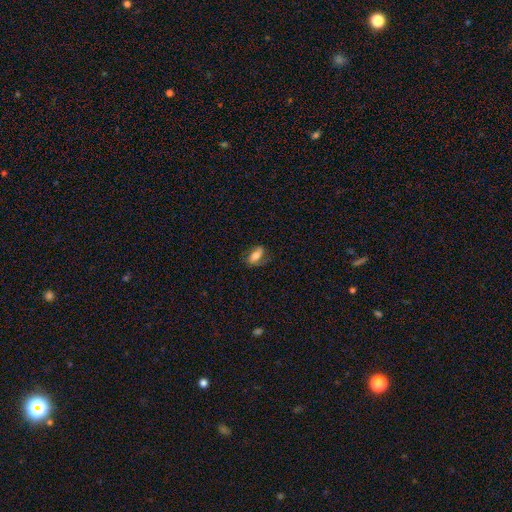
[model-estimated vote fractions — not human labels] A smooth galaxy with no disk features (58%) that is in between round and cigar-shaped (82%). Merging: none (62%).